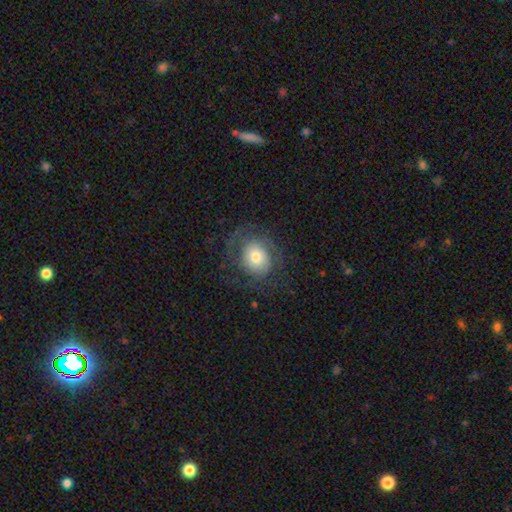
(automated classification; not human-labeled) smooth_or_featured: featured or disk (p=0.51) [alt: smooth p=0.41]
disk_edge_on: no (p=0.97) [alt: yes p=0.03]
merging: none (p=0.63) [alt: major disturbance p=0.18]